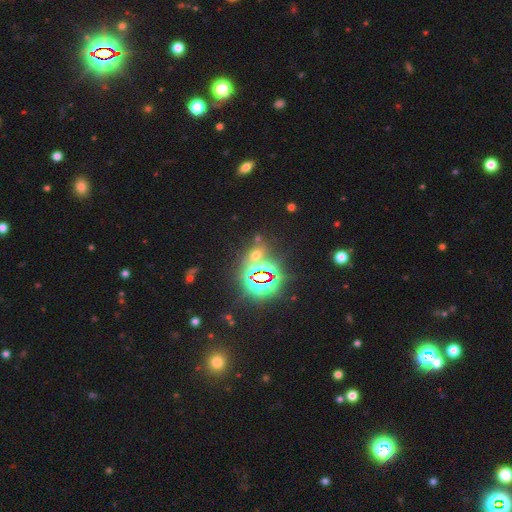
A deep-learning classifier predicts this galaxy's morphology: type=star or artifact (65%).